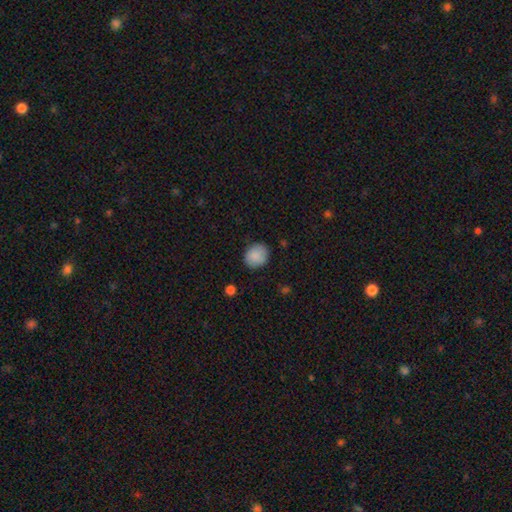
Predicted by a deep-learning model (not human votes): Morphology: type=smooth (88%); roundness=round (71%); merging=none (84%).